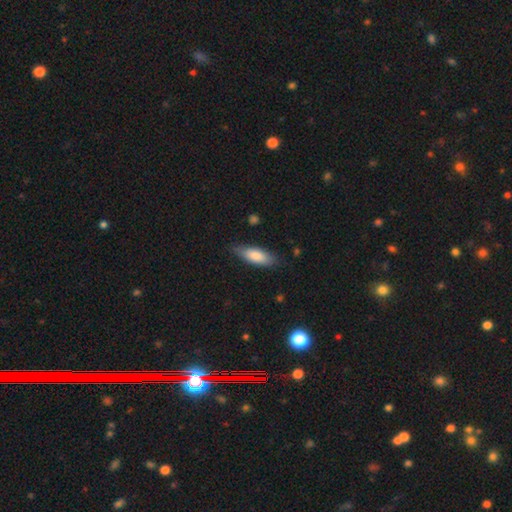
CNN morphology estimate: smooth 82%, featured or disk 12%, star or artifact 6%. Down the decision tree: how rounded — in between (64%); merging — none (79%).